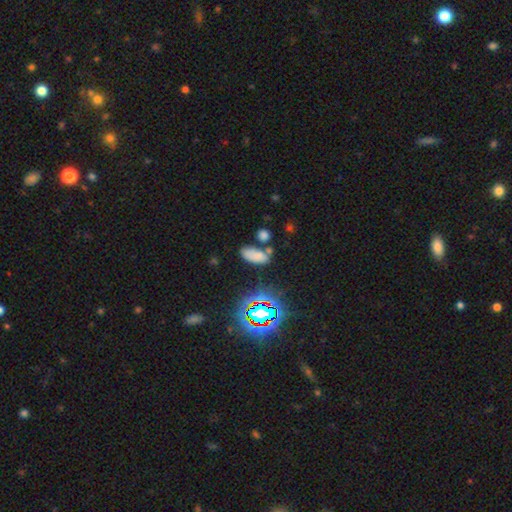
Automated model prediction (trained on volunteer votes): Smooth or featured? Predicted: smooth (p=0.69). How rounded? Predicted: in between (p=0.88). Merging? Predicted: none (p=0.59).